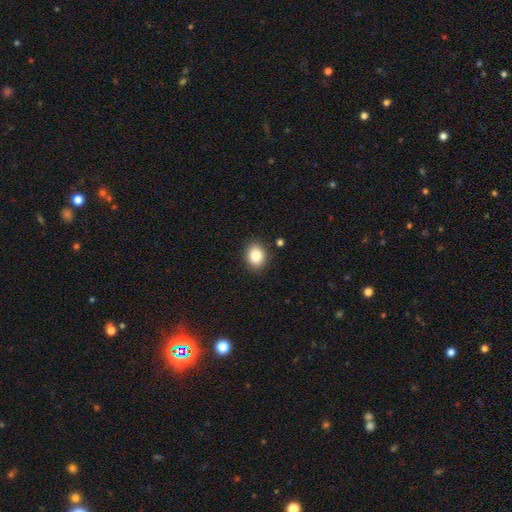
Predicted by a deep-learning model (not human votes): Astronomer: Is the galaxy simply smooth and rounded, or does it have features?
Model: smooth — 85%.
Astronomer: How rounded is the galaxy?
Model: in between — 52% (runner-up: round, 47%).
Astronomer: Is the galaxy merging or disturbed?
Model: none — 87%.